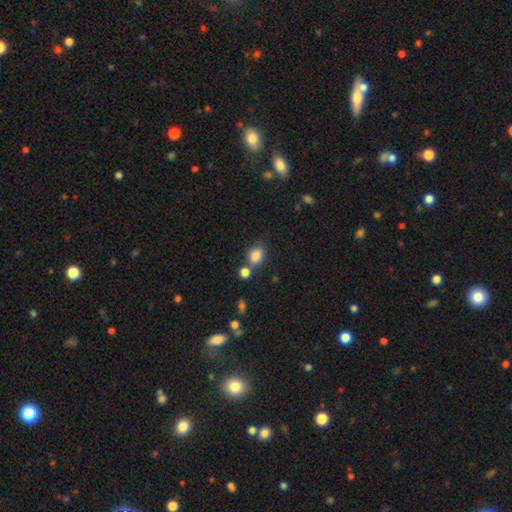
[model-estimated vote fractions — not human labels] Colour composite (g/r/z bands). It shows a smooth galaxy with no disk features (84%) that is in between round and cigar-shaped (63%). Merging: none (62%).